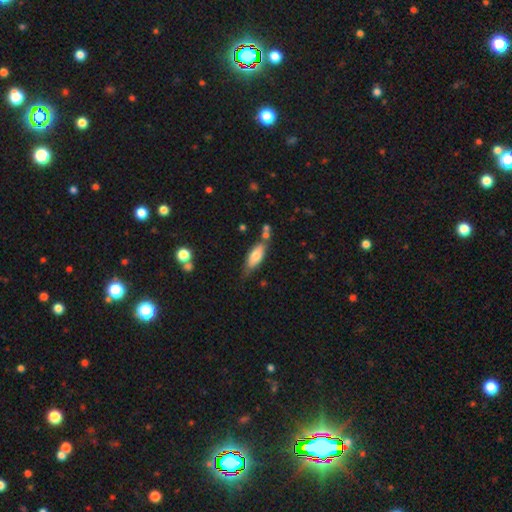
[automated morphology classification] This appears to be a smooth galaxy with no disk features (68%) that is in between round and cigar-shaped (64%). Merging: none (63%).